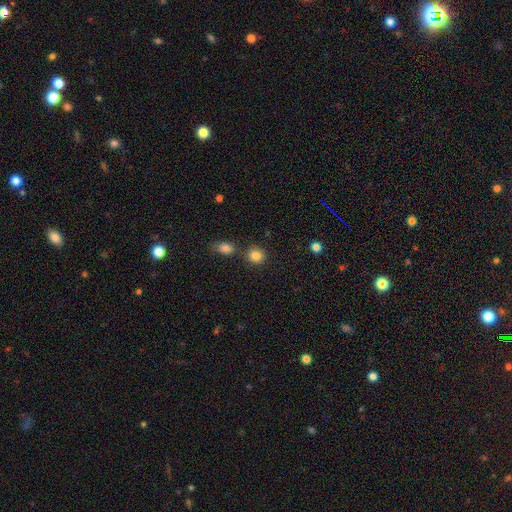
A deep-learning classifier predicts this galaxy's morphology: Smooth or featured? Predicted: smooth (p=0.85). How rounded? Predicted: round (p=0.82). Merging? Predicted: none (p=0.79).